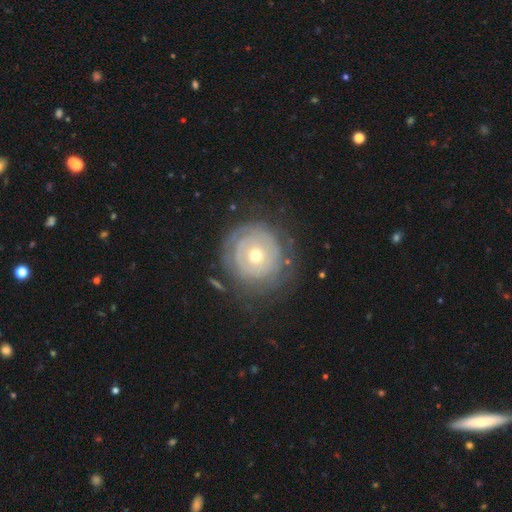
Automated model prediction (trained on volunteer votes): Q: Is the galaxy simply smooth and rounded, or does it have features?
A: featured or disk — 71%.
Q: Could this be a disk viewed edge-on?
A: no — 97%.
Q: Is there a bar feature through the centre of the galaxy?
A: no — 84%.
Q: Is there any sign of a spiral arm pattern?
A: yes — 70%.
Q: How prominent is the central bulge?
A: moderate — 50%.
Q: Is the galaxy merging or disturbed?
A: none — 72%.